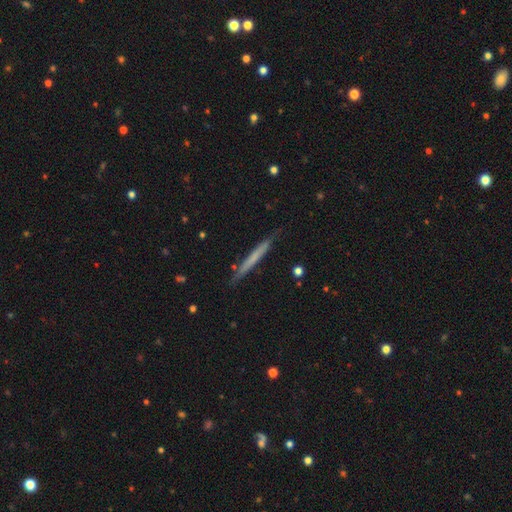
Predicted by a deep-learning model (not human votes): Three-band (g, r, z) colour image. It shows a smooth galaxy with no disk features (55%) that is cigar-shaped (96%). Merging: none (84%).